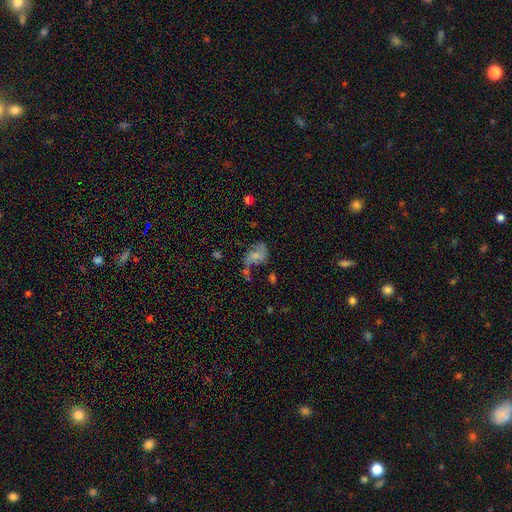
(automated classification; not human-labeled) A featured or disk galaxy (53%) with no bar (54%), spiral arms (75%) and a small central bulge (42%). Merging: none (40%).